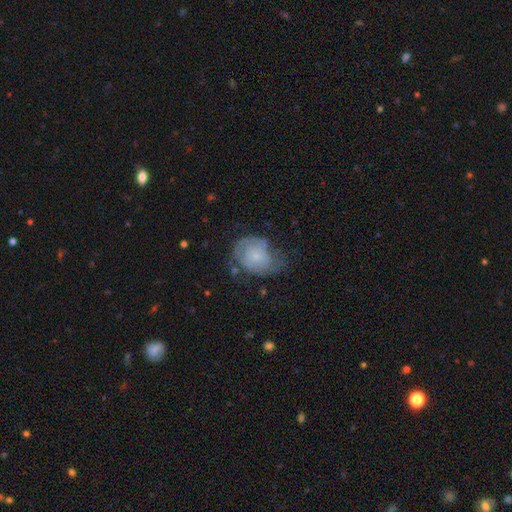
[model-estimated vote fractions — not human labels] smooth-or-featured: featured or disk: 51% | smooth: 40% | star or artifact: 8%
  disk-edge-on: no: 97% | yes: 3%
    bar: no: 80% | weak: 17% | strong: 3%
    has-spiral-arms: yes: 77% | no: 23%
    bulge-size: small: 68% | moderate: 16% | none: 12% | large: 2% | dominant: 2%
  merging: none: 41% | minor disturbance: 32% | major disturbance: 24% | merger: 4%